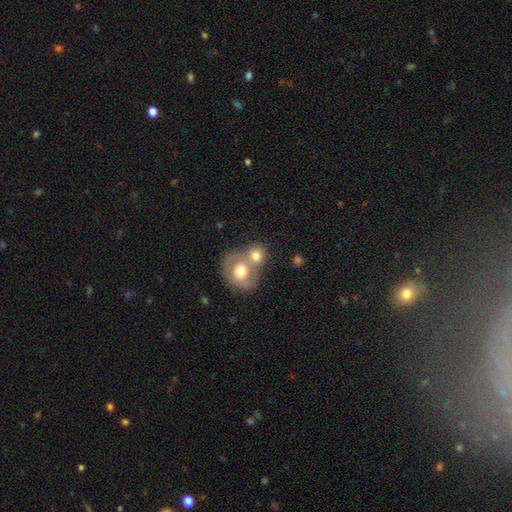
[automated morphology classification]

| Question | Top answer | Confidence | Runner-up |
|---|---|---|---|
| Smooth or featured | smooth | 72% | featured or disk (20%) |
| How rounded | round | 71% | in between (28%) |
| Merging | merger | 63% | none (26%) |